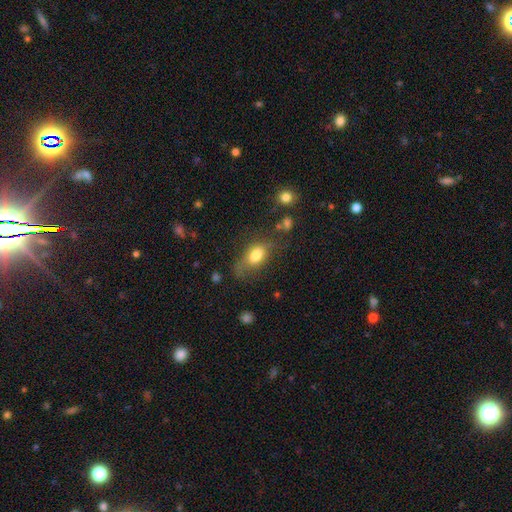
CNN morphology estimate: Q: Smooth or featured?
A: smooth (77%); runner-up: featured or disk (14%)
Q: How rounded?
A: in between (84%); runner-up: round (12%)
Q: Merging?
A: none (49%); runner-up: minor disturbance (27%)